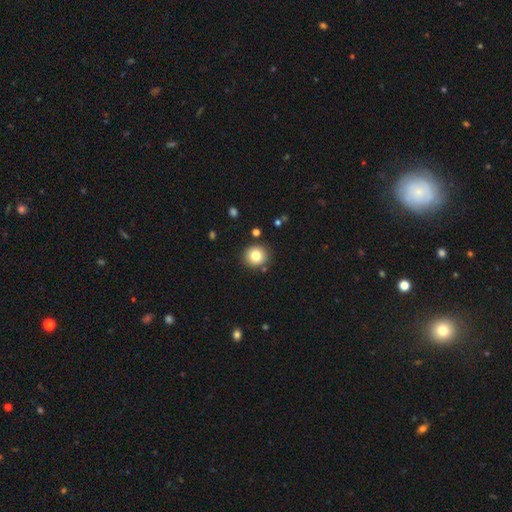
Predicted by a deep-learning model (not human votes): Q: Smooth or featured?
A: smooth (81%); runner-up: star or artifact (10%)
Q: How rounded?
A: round (91%); runner-up: in between (8%)
Q: Merging?
A: none (87%); runner-up: minor disturbance (8%)